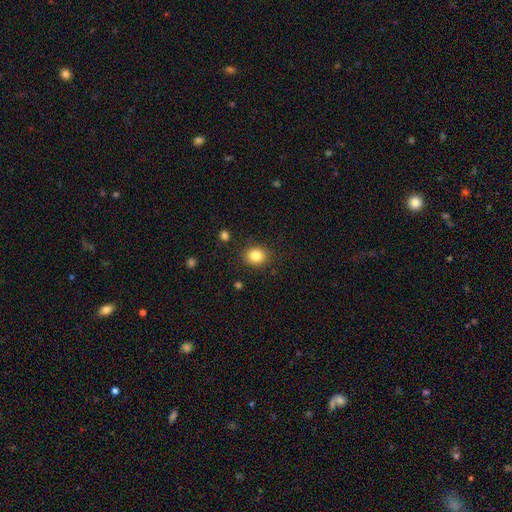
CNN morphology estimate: type=smooth (84%); roundness=round (67%); merging=none (87%).